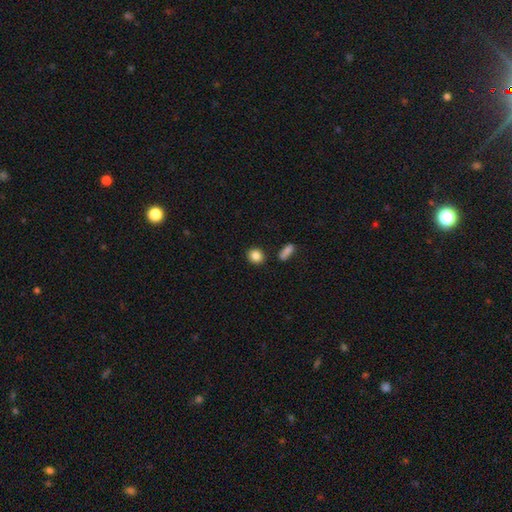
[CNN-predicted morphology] This is clearly a smooth galaxy (87%). How rounded: likely round (74%). Merging: clearly none (86%).